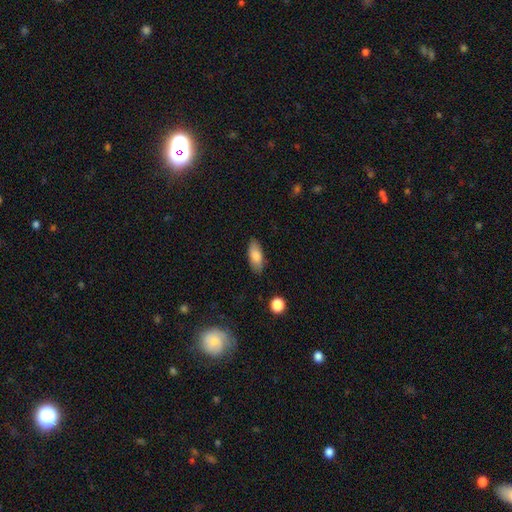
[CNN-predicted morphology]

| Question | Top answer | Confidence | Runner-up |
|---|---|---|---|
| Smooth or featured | smooth | 84% | featured or disk (9%) |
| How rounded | in between | 84% | cigar-shaped (14%) |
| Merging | none | 85% | minor disturbance (11%) |